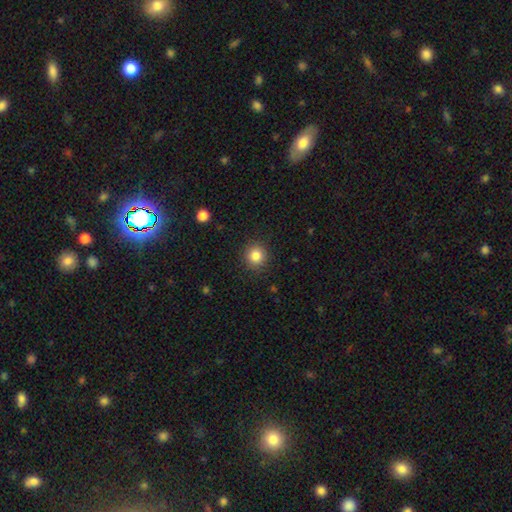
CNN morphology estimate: type=smooth (83%); roundness=round (92%); merging=none (90%).